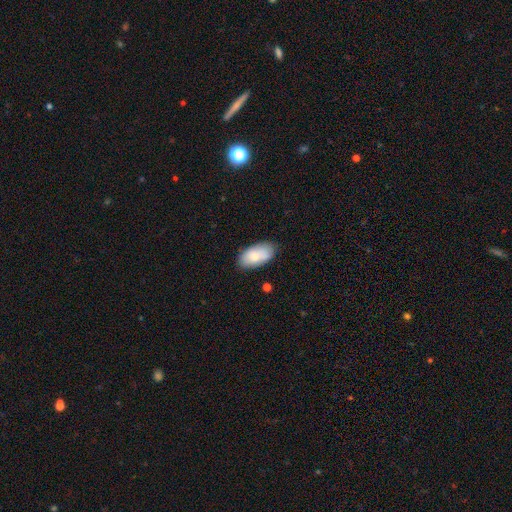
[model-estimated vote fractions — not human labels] Overall: smooth (81%). How rounded: in between (95%). Merging: none (75%).